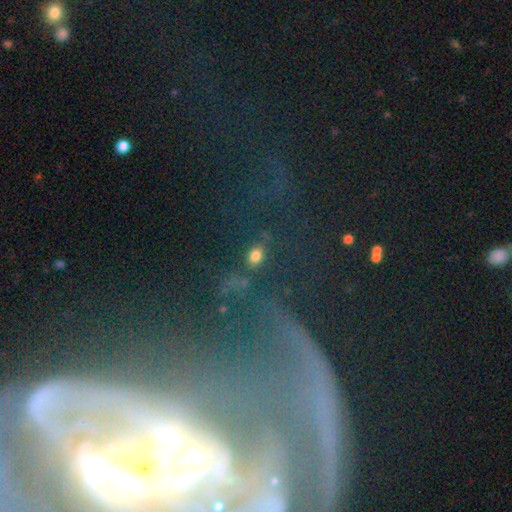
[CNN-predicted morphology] Smooth or featured: smooth — 72% (star or artifact — 19%)
How rounded: in between — 74% (round — 22%)
Merging: none — 74% (minor disturbance — 12%)